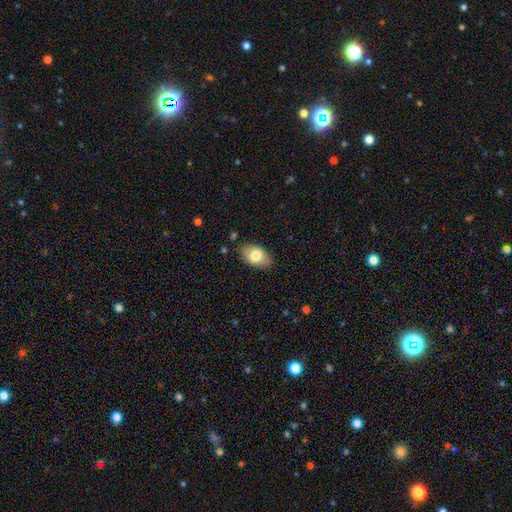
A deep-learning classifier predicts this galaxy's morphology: Smooth or featured? Predicted: smooth (p=0.77). How rounded? Predicted: in between (p=0.90). Merging? Predicted: none (p=0.83).